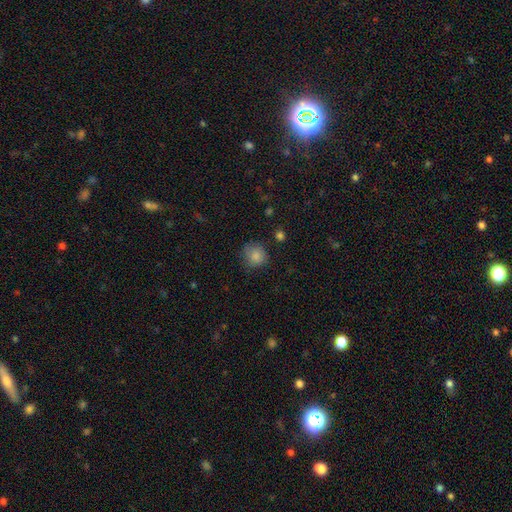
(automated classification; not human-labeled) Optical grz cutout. It shows a smooth galaxy with no disk features (84%) that is round (85%). Merging: none (72%).